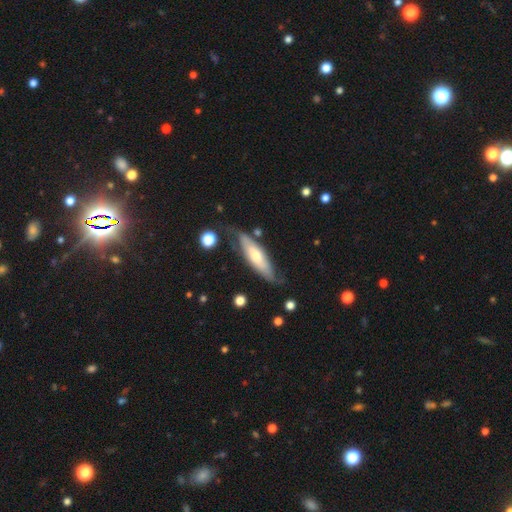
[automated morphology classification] Smooth or featured: featured or disk — 54% (smooth — 40%)
Edge-on disk: yes — 53% (no — 47%)
Merging: none — 68% (minor disturbance — 22%)